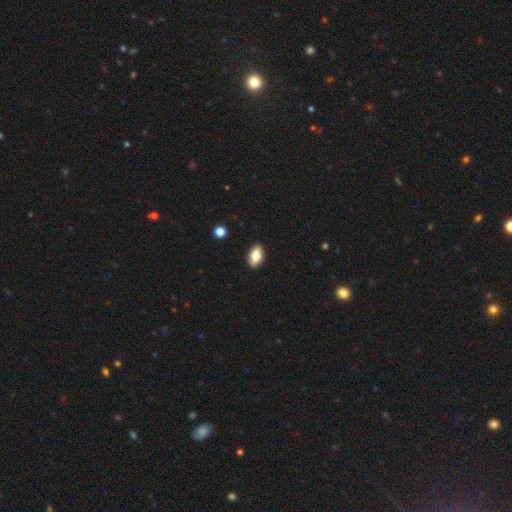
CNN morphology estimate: The model was most divided on "smooth or featured": smooth: 81%, featured or disk: 12%, star or artifact: 7%. More confident: how rounded — in between (92%); merging — none (90%).